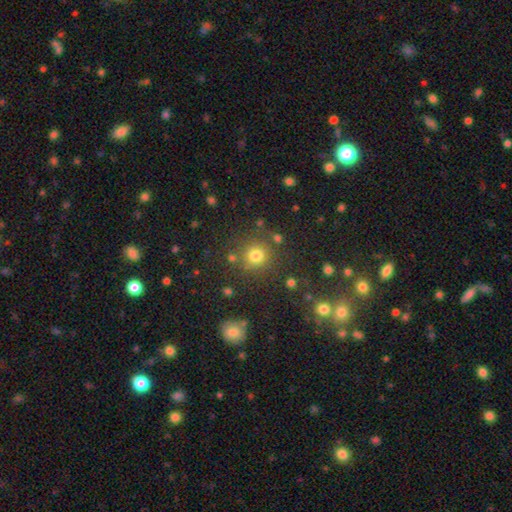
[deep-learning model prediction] smooth_or_featured: smooth (p=0.75) [alt: star or artifact p=0.18]
how_rounded: round (p=0.92) [alt: in between p=0.07]
merging: none (p=0.81) [alt: minor disturbance p=0.09]